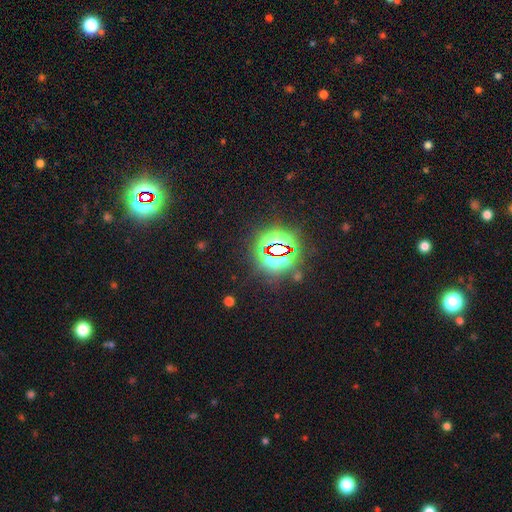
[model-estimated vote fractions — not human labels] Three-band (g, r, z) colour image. It shows a star or artifact, not a galaxy (83%).